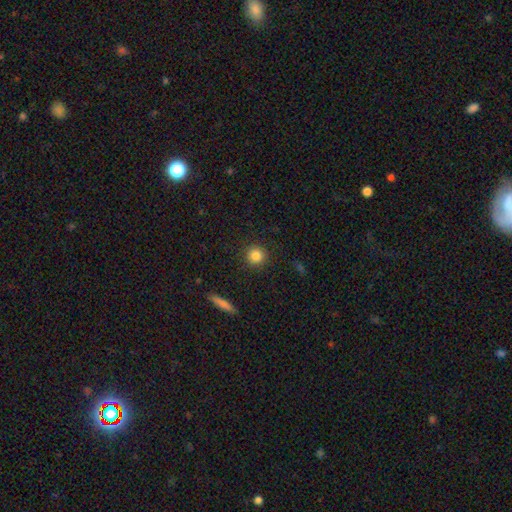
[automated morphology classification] type=smooth (84%); roundness=round (94%); merging=none (91%).